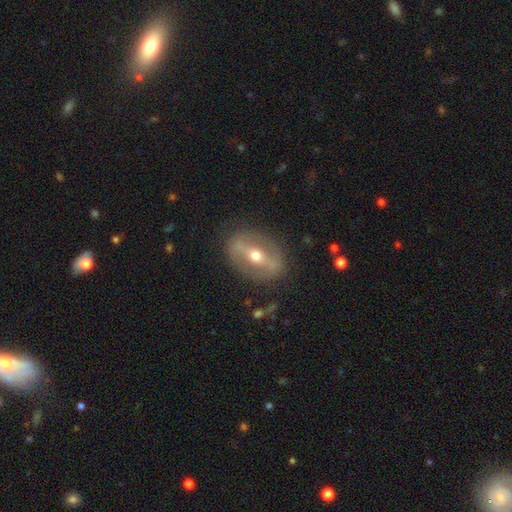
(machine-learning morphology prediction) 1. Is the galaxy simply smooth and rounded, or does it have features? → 71% featured or disk, 23% smooth, 6% star or artifact.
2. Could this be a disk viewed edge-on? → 76% no, 24% yes.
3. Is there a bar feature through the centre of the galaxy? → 69% strong, 19% weak, 12% no.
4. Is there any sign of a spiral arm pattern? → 73% no, 27% yes.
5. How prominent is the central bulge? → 68% moderate, 25% small, 5% large, 1% dominant, 1% none.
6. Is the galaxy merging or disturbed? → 81% none, 12% minor disturbance, 6% major disturbance, 1% merger.